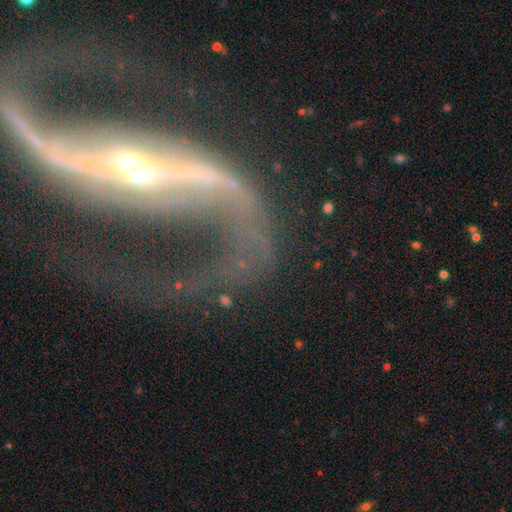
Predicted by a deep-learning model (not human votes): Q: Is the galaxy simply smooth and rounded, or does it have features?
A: featured or disk — 89%.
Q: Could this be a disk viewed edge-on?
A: no — 91%.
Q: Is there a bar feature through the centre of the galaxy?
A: strong — 64%.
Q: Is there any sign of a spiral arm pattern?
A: yes — 90%.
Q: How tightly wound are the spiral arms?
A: loose — 66%.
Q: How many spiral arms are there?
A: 2 — 79%.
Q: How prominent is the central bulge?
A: small — 45%, tied with moderate.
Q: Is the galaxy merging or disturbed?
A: none — 52%.